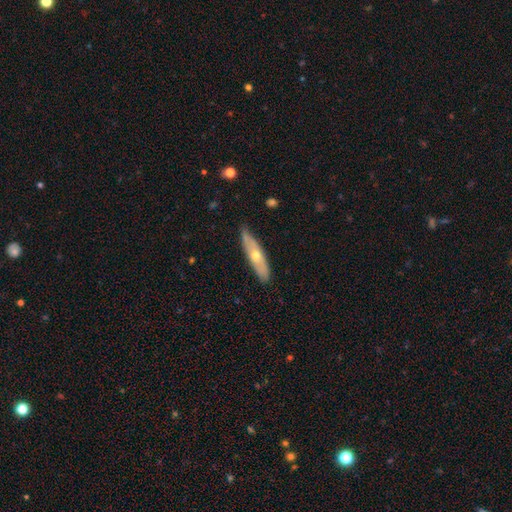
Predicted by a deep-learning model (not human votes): Q: Smooth or featured?
A: smooth (49%); runner-up: featured or disk (45%)
Q: Merging?
A: none (78%); runner-up: minor disturbance (18%)